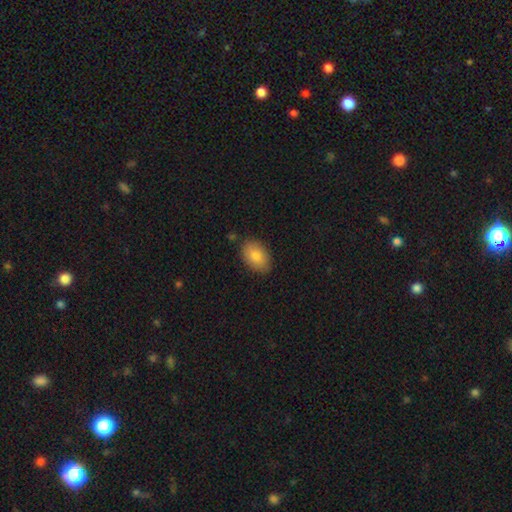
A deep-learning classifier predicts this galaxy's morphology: Q: Smooth or featured?
A: smooth (83%); runner-up: featured or disk (10%)
Q: How rounded?
A: in between (86%); runner-up: round (12%)
Q: Merging?
A: none (85%); runner-up: minor disturbance (11%)